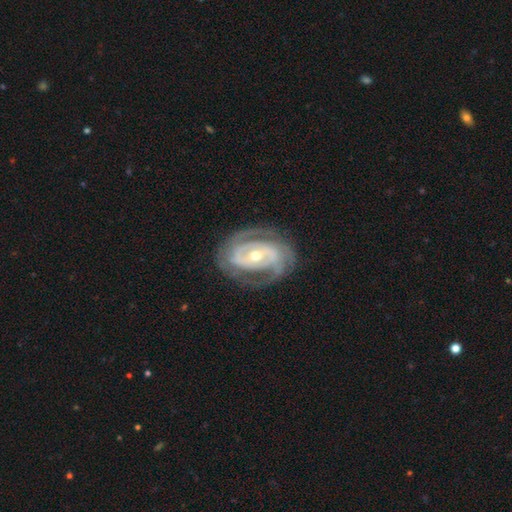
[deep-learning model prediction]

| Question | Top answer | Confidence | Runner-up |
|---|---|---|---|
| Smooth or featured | featured or disk | 89% | smooth (6%) |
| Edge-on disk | no | 96% | yes (4%) |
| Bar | no | 35% | weak (33%) |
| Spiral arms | yes | 95% | no (5%) |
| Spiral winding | tight | 59% | medium (33%) |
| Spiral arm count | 2 | 61% | 3 (16%) |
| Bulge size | moderate | 54% | small (42%) |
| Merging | none | 75% | minor disturbance (16%) |